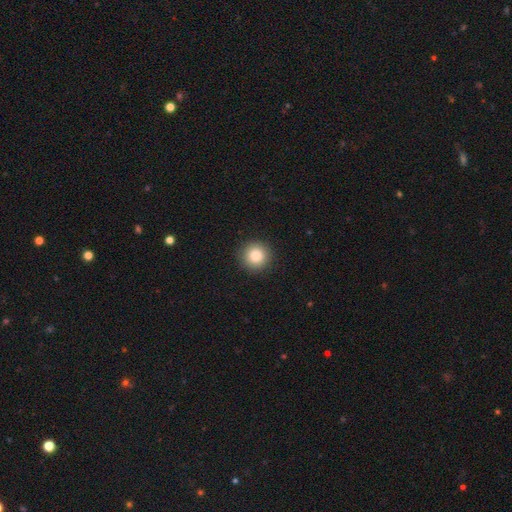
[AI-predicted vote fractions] smooth-or-featured: smooth: 85% | star or artifact: 9% | featured or disk: 5%
  how-rounded: round: 95% | in between: 4% | cigar-shaped: 1%
  merging: none: 92% | minor disturbance: 5% | major disturbance: 2% | merger: 1%